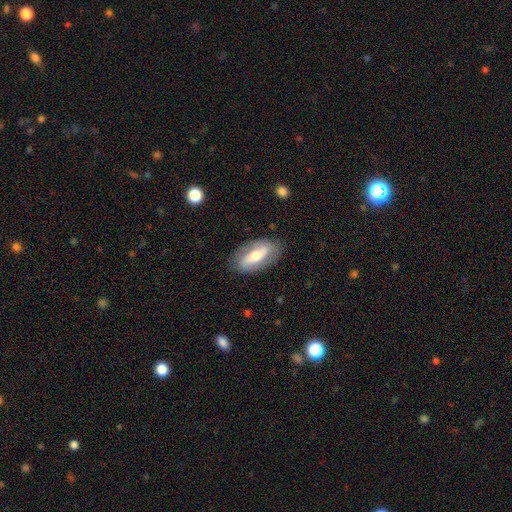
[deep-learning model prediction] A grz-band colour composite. It shows a featured or disk galaxy (60%) with a strong bar (48%), spiral arms (58%) and a moderate central bulge (66%). Merging: none (83%).